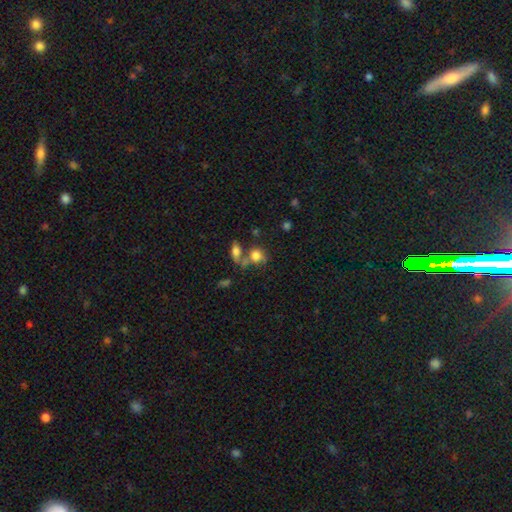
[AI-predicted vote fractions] Morphology: type=smooth (75%); roundness=round (62%); merging=none (43%).